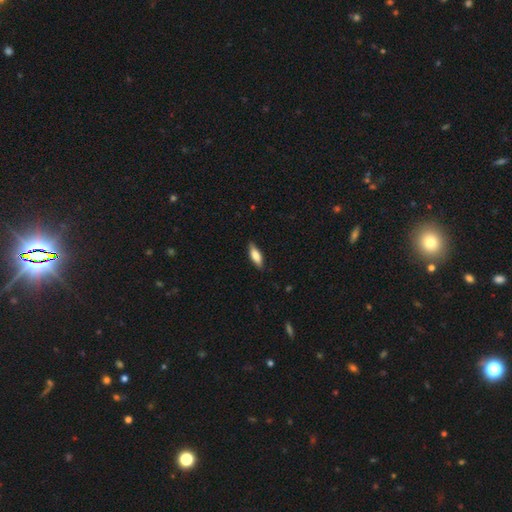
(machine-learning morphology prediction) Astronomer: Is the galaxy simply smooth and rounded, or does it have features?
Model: smooth — 76%.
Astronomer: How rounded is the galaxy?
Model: in between — 59% (runner-up: cigar-shaped, 39%).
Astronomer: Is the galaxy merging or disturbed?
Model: none — 84%.